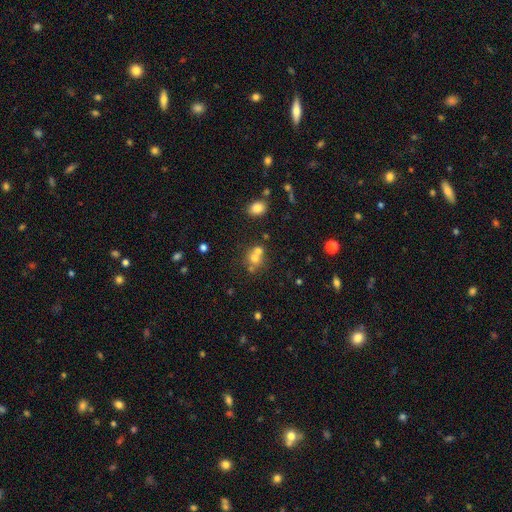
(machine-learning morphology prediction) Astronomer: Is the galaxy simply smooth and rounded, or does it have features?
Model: smooth — 64%.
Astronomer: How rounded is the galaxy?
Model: round — 74%.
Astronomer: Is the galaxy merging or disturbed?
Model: merger — 50% (runner-up: none, 38%).